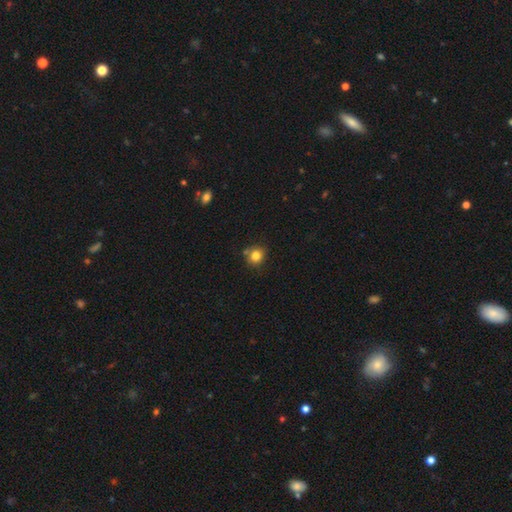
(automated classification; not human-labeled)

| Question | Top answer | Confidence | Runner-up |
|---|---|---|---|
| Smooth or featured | smooth | 82% | star or artifact (11%) |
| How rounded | round | 87% | in between (12%) |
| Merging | none | 75% | minor disturbance (14%) |